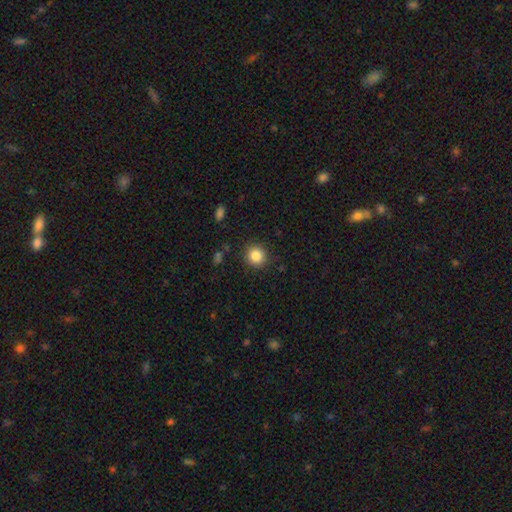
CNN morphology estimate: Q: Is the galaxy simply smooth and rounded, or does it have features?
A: smooth — 85%.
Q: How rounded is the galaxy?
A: round — 92%.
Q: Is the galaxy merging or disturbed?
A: none — 89%.